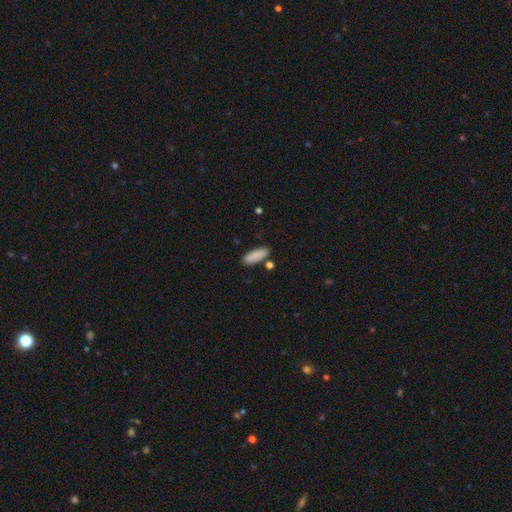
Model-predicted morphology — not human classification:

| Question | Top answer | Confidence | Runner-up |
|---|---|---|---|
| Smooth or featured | smooth | 88% | star or artifact (7%) |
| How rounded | in between | 65% | cigar-shaped (33%) |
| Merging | none | 82% | minor disturbance (10%) |